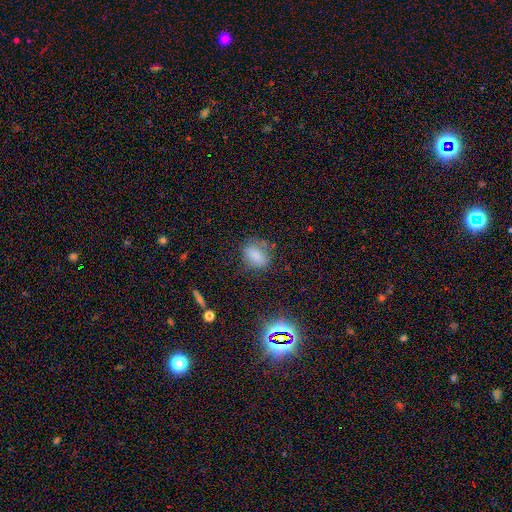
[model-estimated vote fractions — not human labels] This is likely a smooth galaxy (78%). How rounded: likely in between (67%). Merging: likely none (69%).